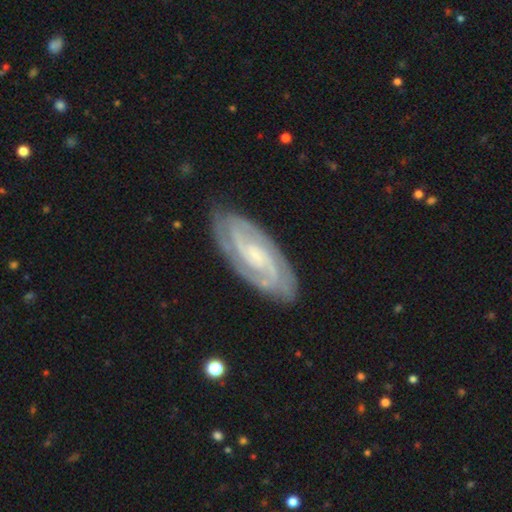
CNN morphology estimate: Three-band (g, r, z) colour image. It shows a featured or disk galaxy (89%) with no bar (51%), 2 (61%) tight (64%) spiral arms (98%) and a small central bulge (63%). Merging: none (82%).